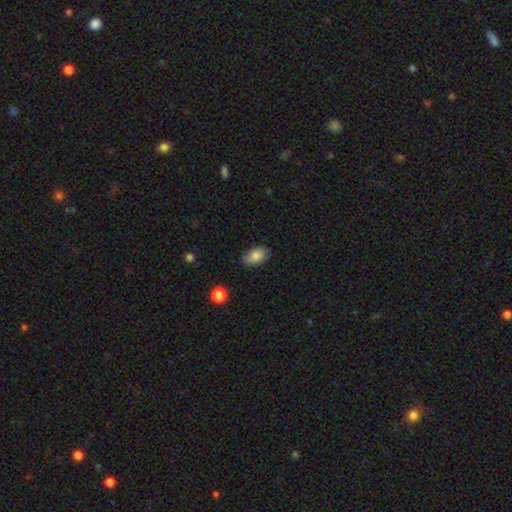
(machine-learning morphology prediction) A smooth galaxy with no disk features (84%) that is in between round and cigar-shaped (89%).

Vote fractions:
- Smooth or featured? smooth: 84% / featured or disk: 8% / star or artifact: 8%
- How rounded? in between: 89% / round: 9% / cigar-shaped: 1%
- Merging? none: 82% / minor disturbance: 14% / major disturbance: 3% / merger: 1%